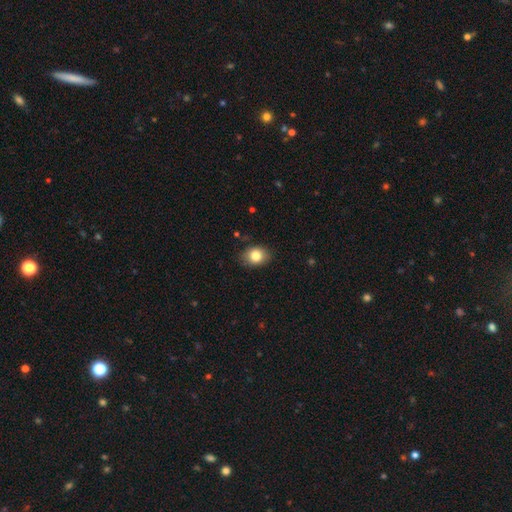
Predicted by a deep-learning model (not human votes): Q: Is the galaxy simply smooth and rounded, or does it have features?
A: smooth — 82%.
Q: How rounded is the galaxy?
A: in between — 64%.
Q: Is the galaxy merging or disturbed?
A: none — 85%.